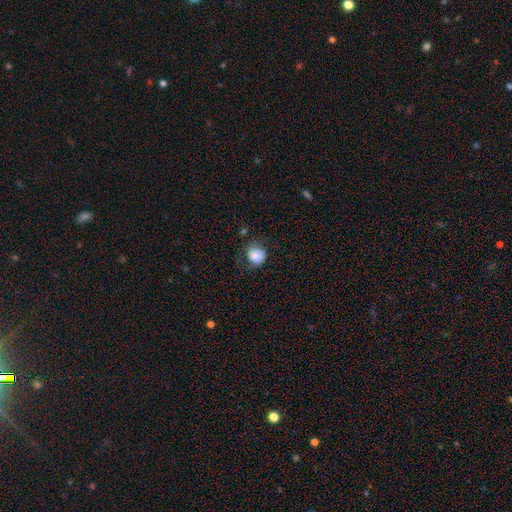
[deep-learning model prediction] Smooth or featured? smooth (79%)
How rounded? round (78%)
Merging? none (61%)